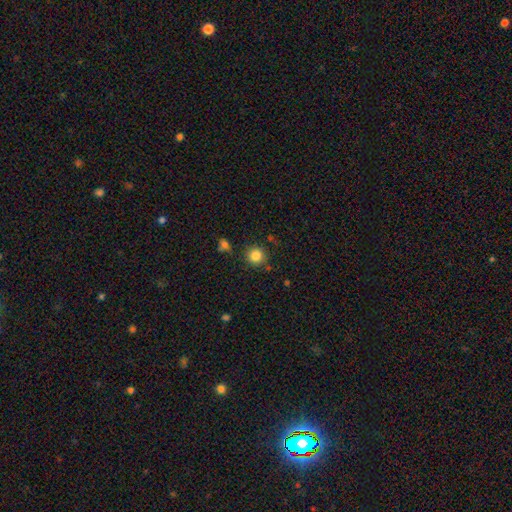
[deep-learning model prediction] This appears to be a smooth galaxy with no disk features (84%) that is round (93%). Merging: none (85%).